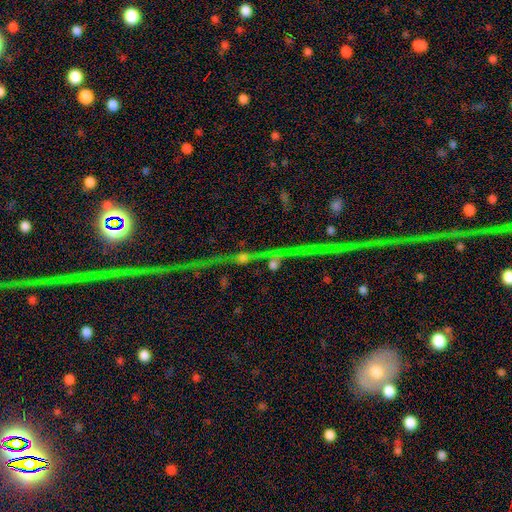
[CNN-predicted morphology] type=star or artifact (76%).